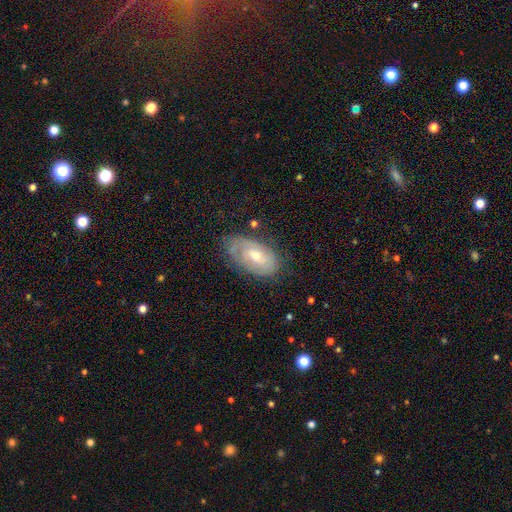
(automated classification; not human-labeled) The model was most divided on "bar": no: 53%, weak: 39%, strong: 7%. More confident: edge-on disk — no (93%); spiral arms — yes (79%); merging — none (69%); smooth or featured — featured or disk (65%); bulge size — moderate (60%).